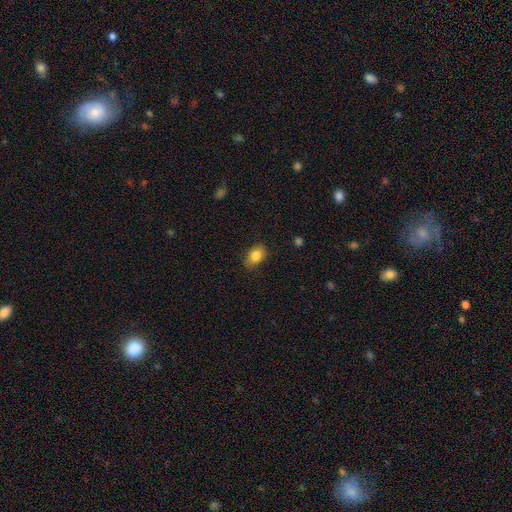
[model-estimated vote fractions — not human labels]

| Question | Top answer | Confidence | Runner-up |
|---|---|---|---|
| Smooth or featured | smooth | 84% | star or artifact (8%) |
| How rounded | in between | 81% | round (18%) |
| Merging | none | 85% | minor disturbance (12%) |